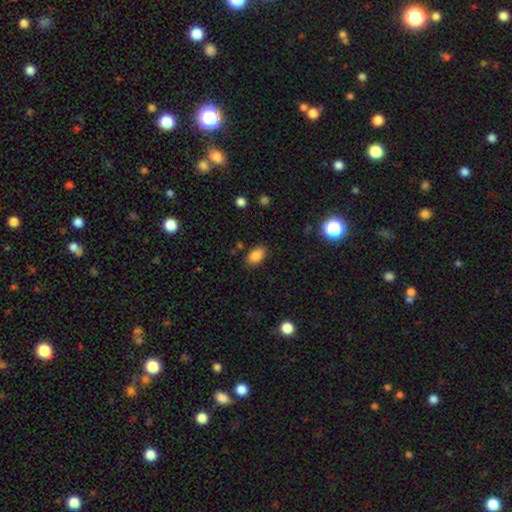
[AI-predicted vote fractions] smooth 86%, star or artifact 9%, featured or disk 5%. Down the decision tree: how rounded — in between (90%); merging — none (84%).